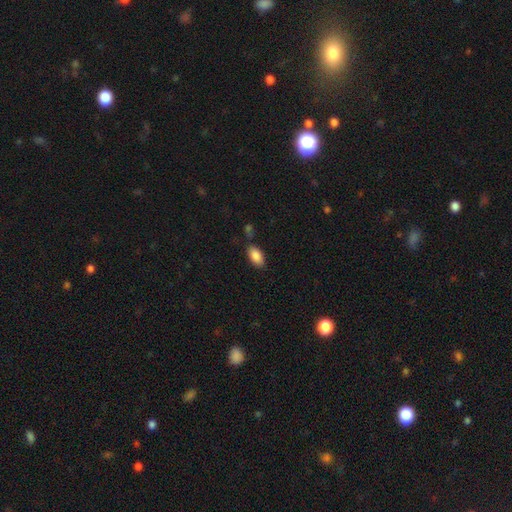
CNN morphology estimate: This appears to be a smooth galaxy with no disk features (88%) that is in between round and cigar-shaped (93%). Merging: none (77%).